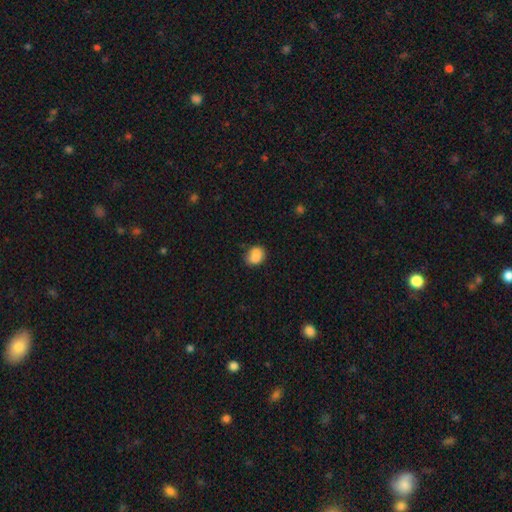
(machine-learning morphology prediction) smooth-or-featured: smooth: 82% | featured or disk: 10% | star or artifact: 9%
  how-rounded: round: 54% | in between: 45% | cigar-shaped: 1%
  merging: none: 59% | minor disturbance: 20% | merger: 17% | major disturbance: 5%